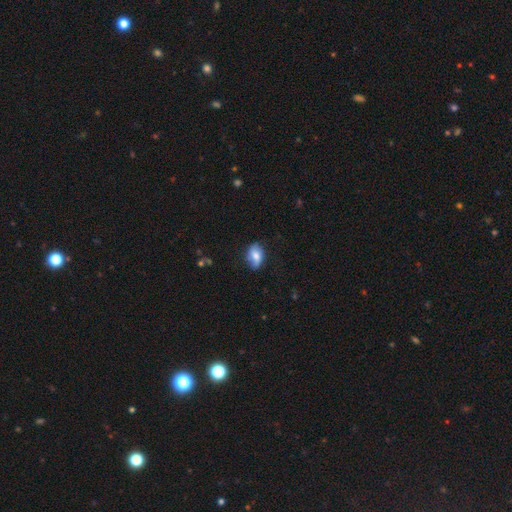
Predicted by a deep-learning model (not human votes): Smooth or featured? Predicted: smooth (p=0.62). How rounded? Predicted: in between (p=0.85). Merging? Predicted: none (p=0.70).